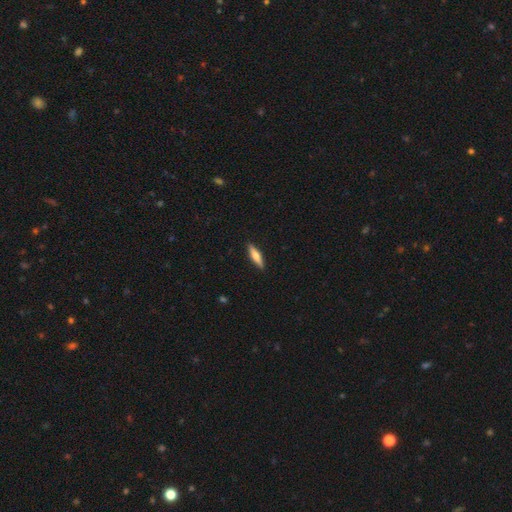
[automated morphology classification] This is possibly a smooth galaxy (50%). Merging: clearly none (91%).